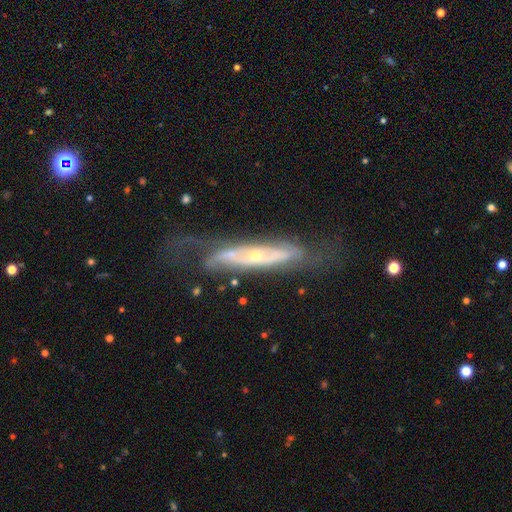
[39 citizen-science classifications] Q: Smooth or featured?
A: featured or disk (87%); runner-up: star or artifact (8%)
Q: Edge-on disk?
A: no (65%); runner-up: yes (35%)
Q: Bar?
A: no (91%); runner-up: weak (9%)
Q: Spiral arms?
A: yes (73%); runner-up: no (27%)
Q: Spiral winding?
A: tight (50%); runner-up: medium (38%)
Q: Spiral arm count?
A: can't tell (62%); runner-up: 2 (31%)
Q: Bulge size?
A: moderate (55%); runner-up: small (45%)
Q: Merging?
A: none (42%); runner-up: minor disturbance (31%)